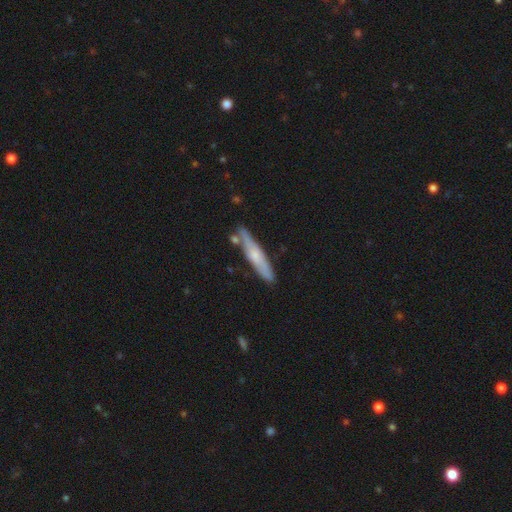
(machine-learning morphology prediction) The model was most divided on "smooth or featured": smooth: 47%, featured or disk: 46%, star or artifact: 6%. More confident: merging — none (76%).